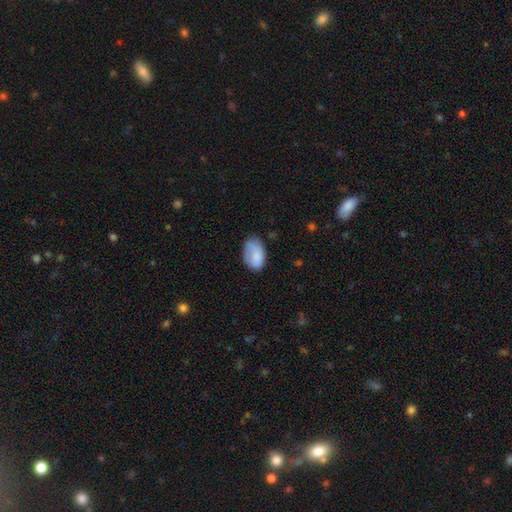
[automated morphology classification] This is likely a smooth galaxy (80%). How rounded: clearly in between (91%). Merging: possibly none (57%).